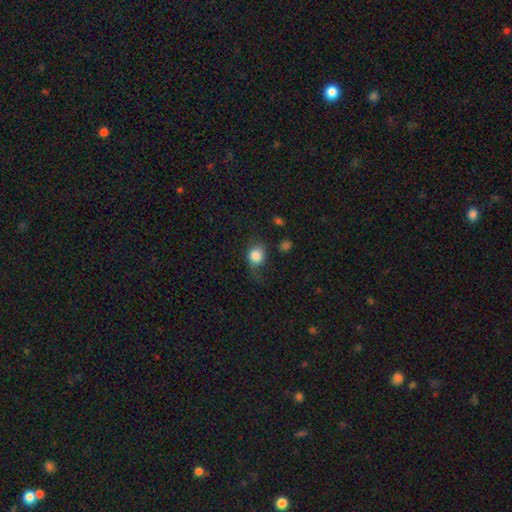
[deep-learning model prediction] Smooth or featured: smooth — 82% (star or artifact — 9%)
How rounded: round — 70% (in between — 29%)
Merging: none — 53% (minor disturbance — 27%)